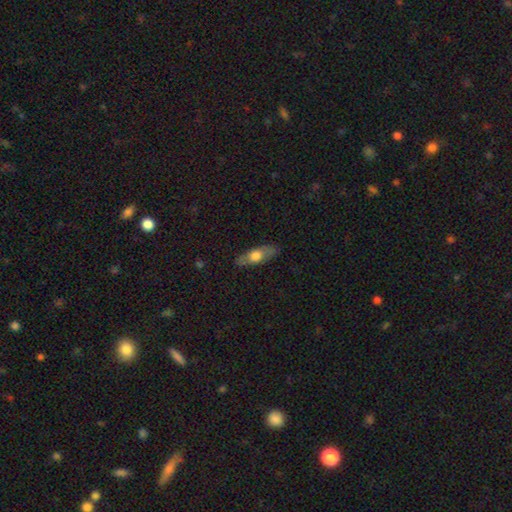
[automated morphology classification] smooth 55%, featured or disk 39%, star or artifact 6%. Down the decision tree: how rounded — in between (60%); merging — none (82%).